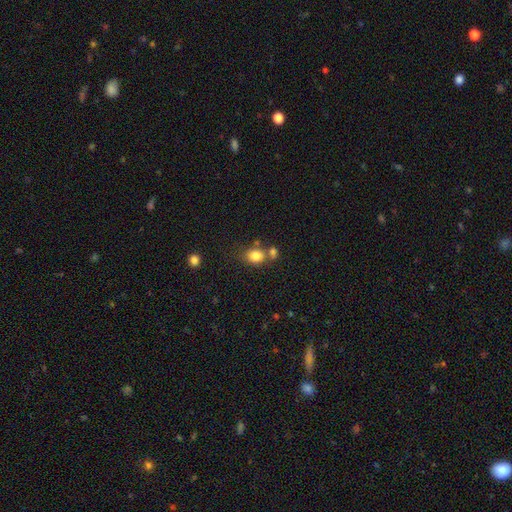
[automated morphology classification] smooth_or_featured: smooth (p=0.82) [alt: star or artifact p=0.10]
how_rounded: round (p=0.54) [alt: in between p=0.45]
merging: none (p=0.54) [alt: merger p=0.28]